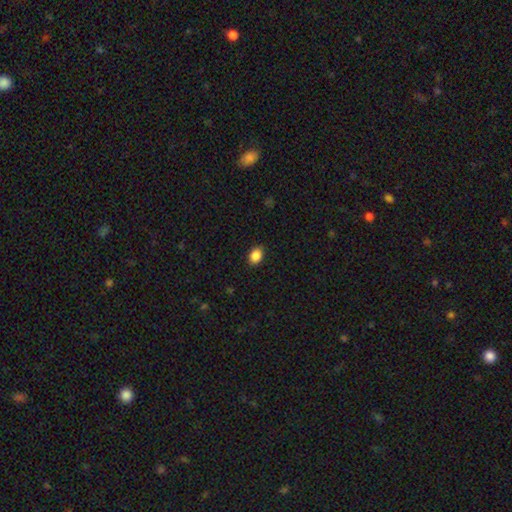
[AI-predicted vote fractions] A smooth galaxy with no disk features (88%) that is in between round and cigar-shaped (68%).

Vote fractions:
- Smooth or featured? smooth: 88% / star or artifact: 9% / featured or disk: 3%
- How rounded? in between: 68% / round: 31% / cigar-shaped: 1%
- Merging? none: 86% / minor disturbance: 10% / major disturbance: 2% / merger: 1%